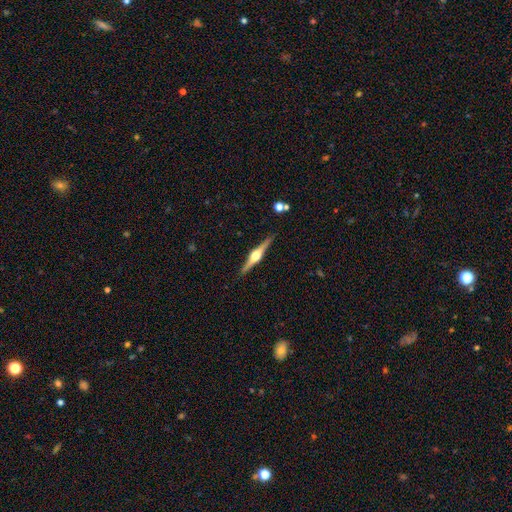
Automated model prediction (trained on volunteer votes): Smooth or featured? Predicted: featured or disk (p=0.84). Edge-on disk? Predicted: yes (p=0.98). Edge-on bulge? Predicted: rounded (p=0.94). Merging? Predicted: none (p=0.90).